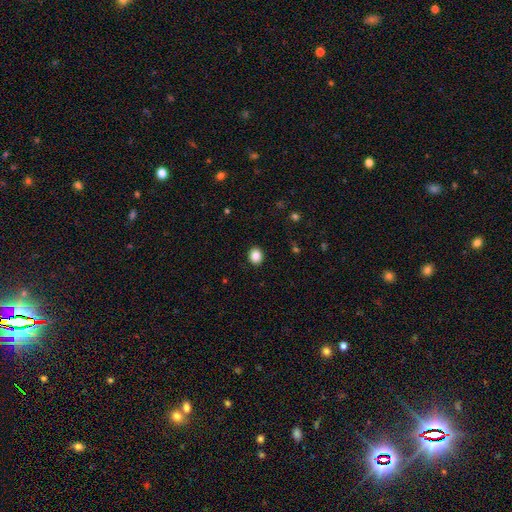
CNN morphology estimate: The model was most divided on "how rounded": round: 59%, in between: 40%, cigar-shaped: 1%. More confident: merging — none (91%); smooth or featured — smooth (87%).